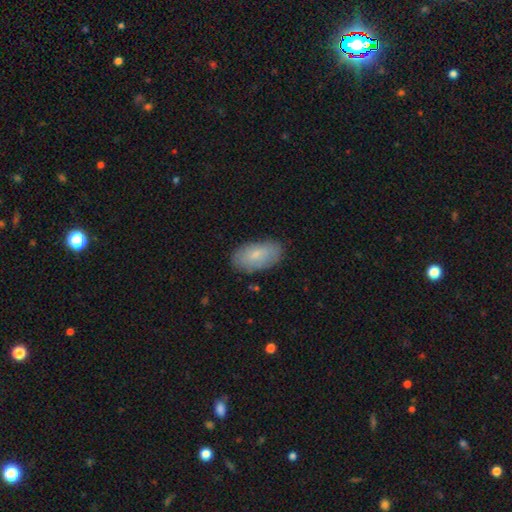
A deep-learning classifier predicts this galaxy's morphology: A smooth galaxy with no disk features (78%) that is in between round and cigar-shaped (94%).

Vote fractions:
- Smooth or featured? smooth: 78% / featured or disk: 16% / star or artifact: 6%
- How rounded? in between: 94% / round: 3% / cigar-shaped: 2%
- Merging? none: 84% / minor disturbance: 13% / major disturbance: 3% / merger: 1%